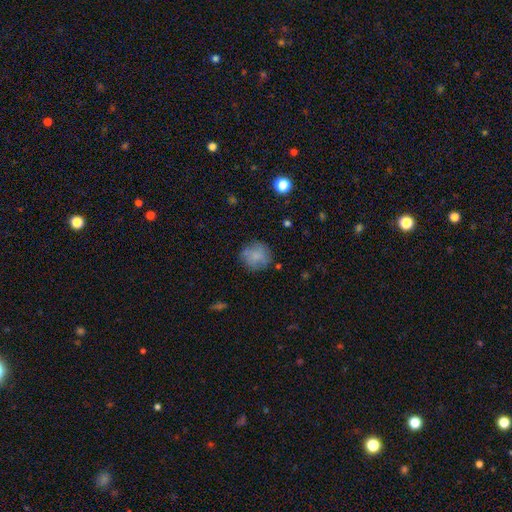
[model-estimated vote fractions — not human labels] A smooth galaxy with no disk features (73%) that is round (90%).

Vote fractions:
- Smooth or featured? smooth: 73% / featured or disk: 17% / star or artifact: 9%
- How rounded? round: 90% / in between: 8% / cigar-shaped: 1%
- Merging? none: 75% / minor disturbance: 16% / major disturbance: 6% / merger: 3%